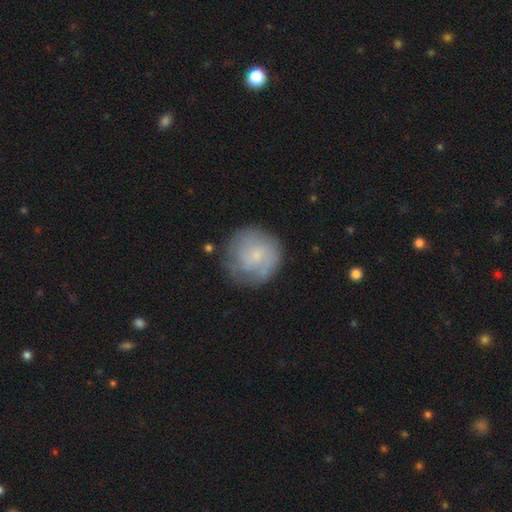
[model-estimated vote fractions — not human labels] Morphology: type=smooth (48%); merging=none (71%).